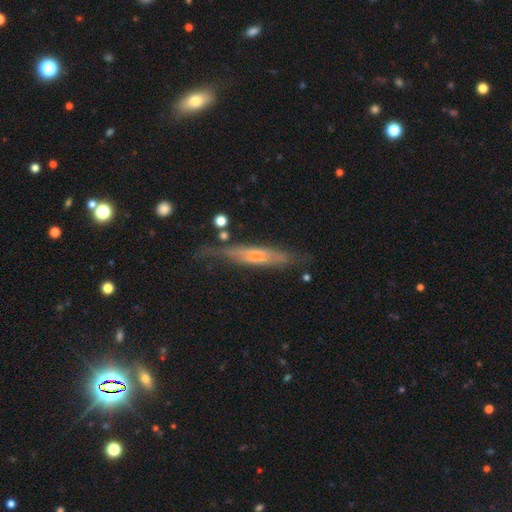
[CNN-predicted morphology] featured or disk 63%, smooth 30%, star or artifact 7%. Down the decision tree: edge-on disk — yes (81%); edge-on bulge — rounded (61%); merging — none (67%).